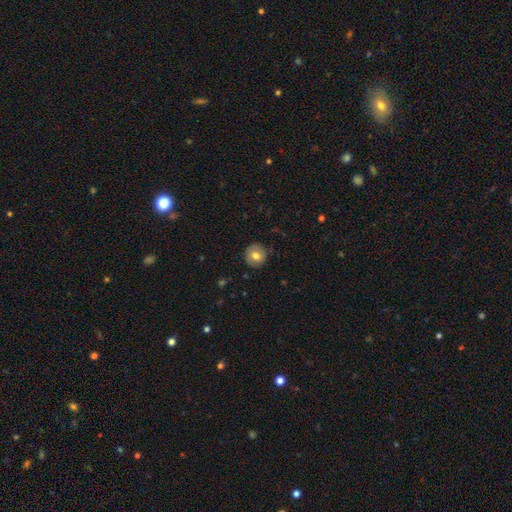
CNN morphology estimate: Smooth or featured? Predicted: smooth (p=0.71). How rounded? Predicted: round (p=0.89). Merging? Predicted: none (p=0.85).